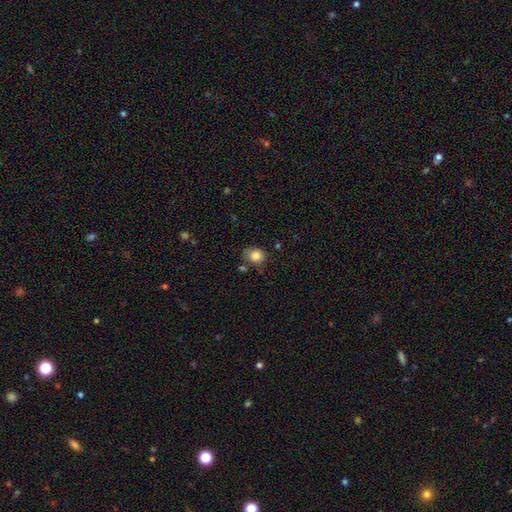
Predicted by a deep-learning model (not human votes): This appears to be a smooth galaxy with no disk features (83%) that is round (63%). Merging: none (66%).